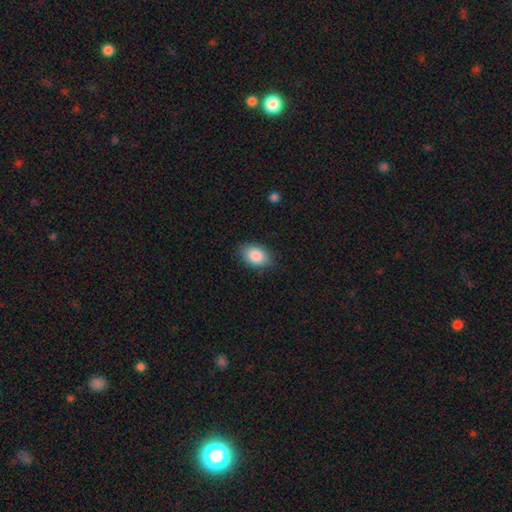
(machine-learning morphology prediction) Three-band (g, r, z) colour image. It shows a smooth galaxy with no disk features (87%) that is in between round and cigar-shaped (85%). Merging: none (85%).